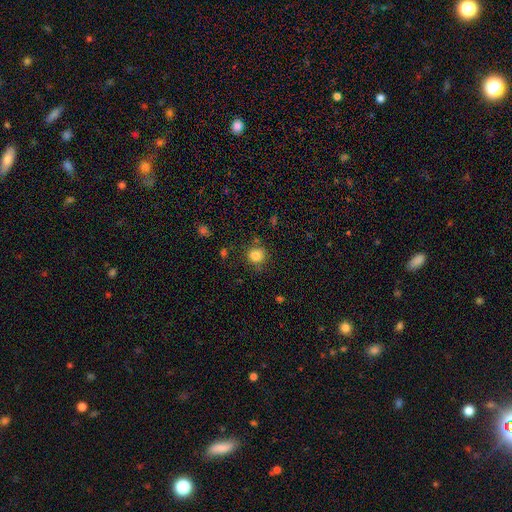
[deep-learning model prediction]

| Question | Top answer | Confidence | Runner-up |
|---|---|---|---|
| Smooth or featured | smooth | 83% | star or artifact (12%) |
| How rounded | round | 89% | in between (10%) |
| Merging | none | 81% | minor disturbance (12%) |